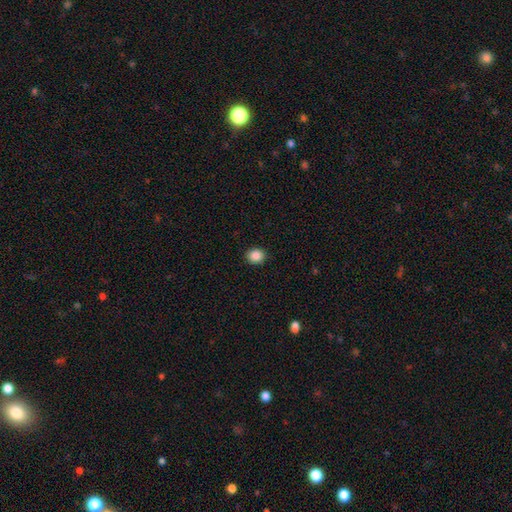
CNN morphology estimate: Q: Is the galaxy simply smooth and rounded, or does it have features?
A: smooth — 87%.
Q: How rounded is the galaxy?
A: round — 73%.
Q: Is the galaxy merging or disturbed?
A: none — 91%.